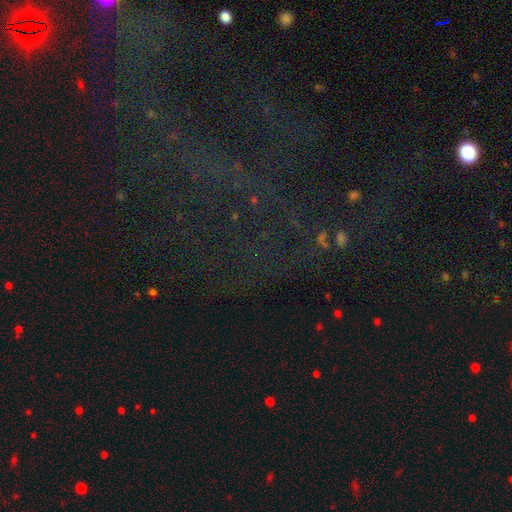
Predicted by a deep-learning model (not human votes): Smooth or featured: star or artifact — 76% (featured or disk — 12%)